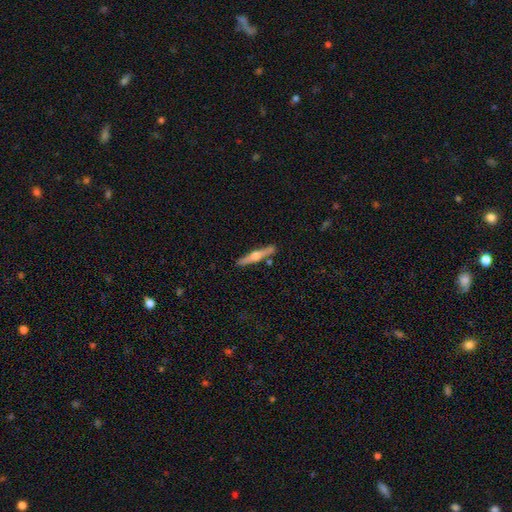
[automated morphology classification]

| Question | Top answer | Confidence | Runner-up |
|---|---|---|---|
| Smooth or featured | featured or disk | 71% | smooth (24%) |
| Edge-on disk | yes | 98% | no (2%) |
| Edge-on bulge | rounded | 93% | boxy (4%) |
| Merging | none | 89% | minor disturbance (7%) |